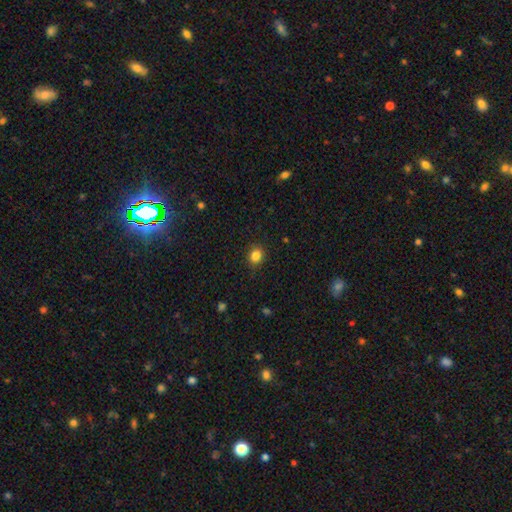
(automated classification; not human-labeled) smooth 84%, star or artifact 12%, featured or disk 4%. Down the decision tree: how rounded — round (77%); merging — none (89%).